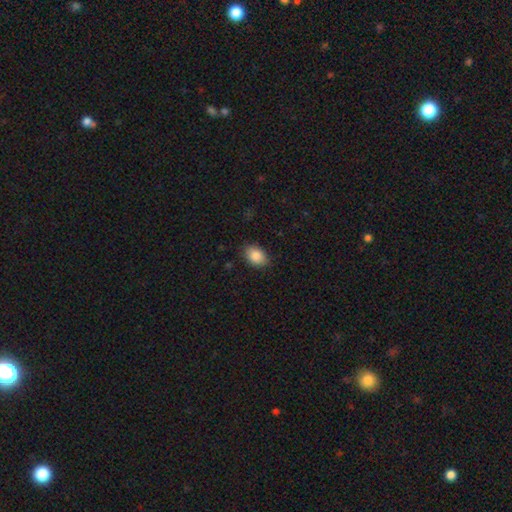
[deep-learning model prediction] Smooth or featured: smooth — 86% (star or artifact — 8%)
How rounded: in between — 79% (round — 20%)
Merging: none — 85% (minor disturbance — 11%)